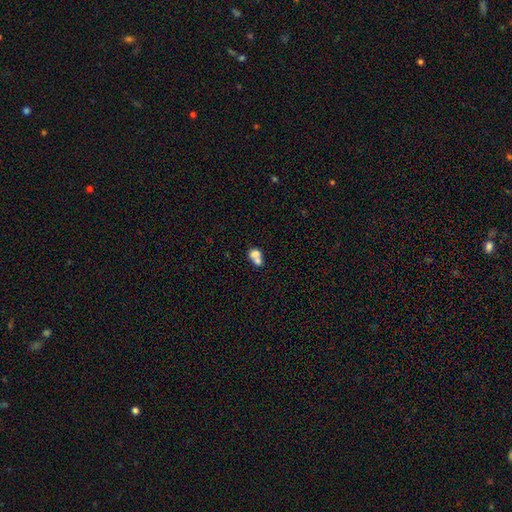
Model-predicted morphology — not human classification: This appears to be a smooth galaxy with no disk features (69%) that is in between round and cigar-shaped (51%). Merging: merger (69%).